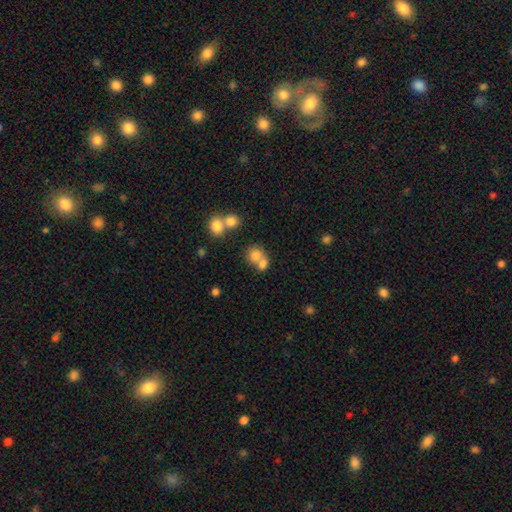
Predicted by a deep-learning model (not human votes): smooth 74%, star or artifact 13%, featured or disk 13%. Down the decision tree: how rounded — round (75%); merging — merger (52%).